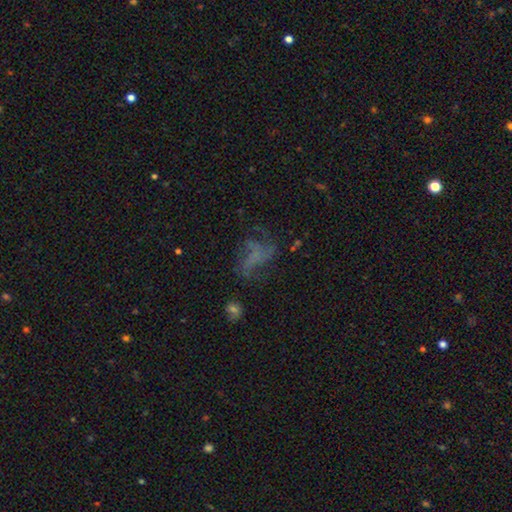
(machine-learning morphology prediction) A featured or disk galaxy (48%). Merging: none (44%).